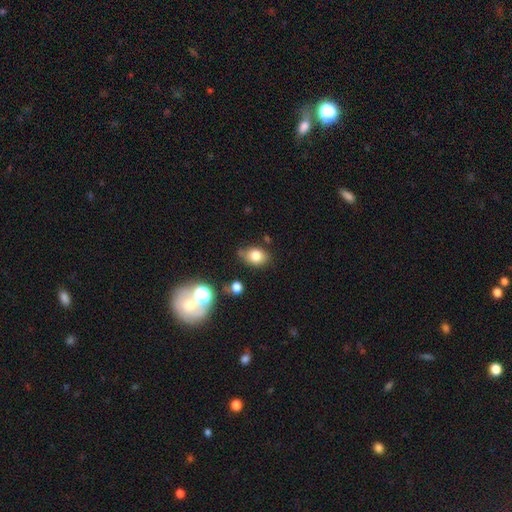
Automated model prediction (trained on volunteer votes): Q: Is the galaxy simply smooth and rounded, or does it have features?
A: smooth — 79%.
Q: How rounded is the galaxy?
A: in between — 68%.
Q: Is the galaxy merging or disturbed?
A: none — 63%.